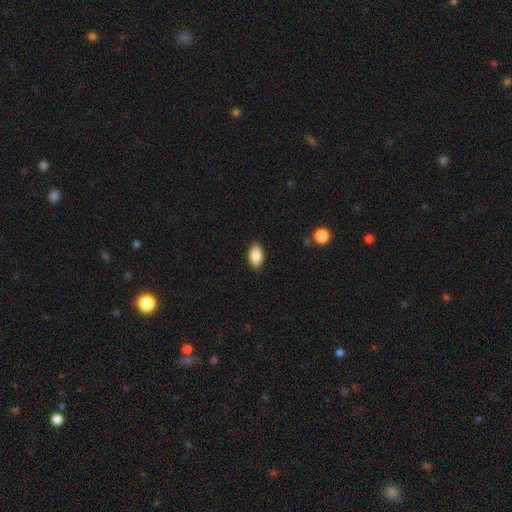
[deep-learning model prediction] This appears to be a smooth galaxy with no disk features (87%) that is in between round and cigar-shaped (92%). Merging: none (88%).